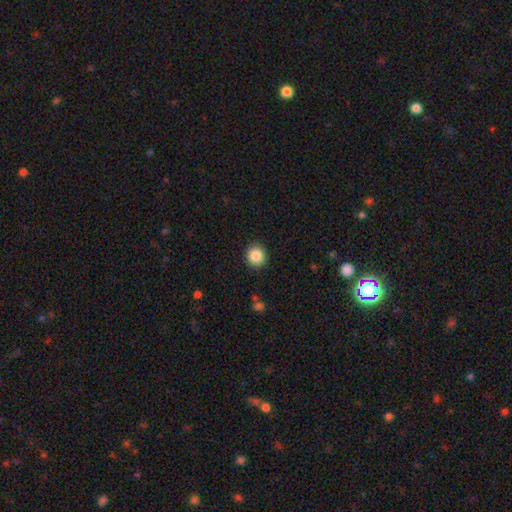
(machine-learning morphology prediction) This appears to be a smooth galaxy with no disk features (86%) that is round (89%). Merging: none (91%).